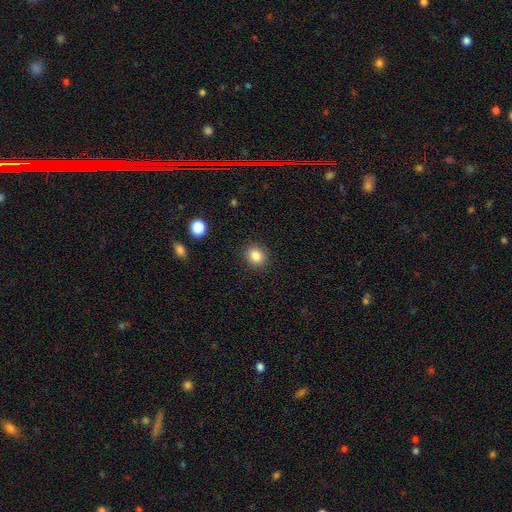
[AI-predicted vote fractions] Smooth or featured? Predicted: smooth (p=0.85). How rounded? Predicted: round (p=0.75). Merging? Predicted: none (p=0.90).